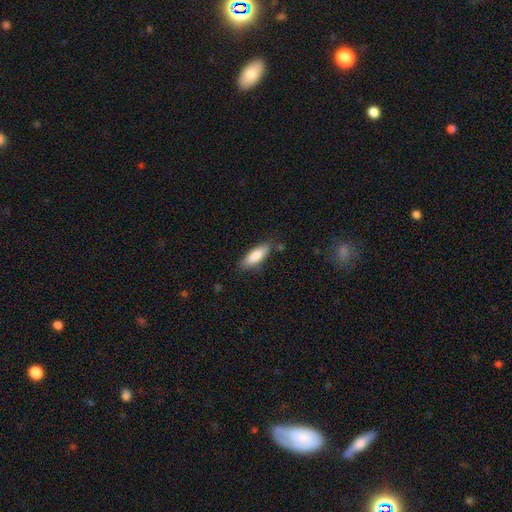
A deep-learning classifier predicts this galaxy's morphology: Smooth or featured? Predicted: smooth (p=0.85). How rounded? Predicted: in between (p=0.60). Merging? Predicted: none (p=0.80).